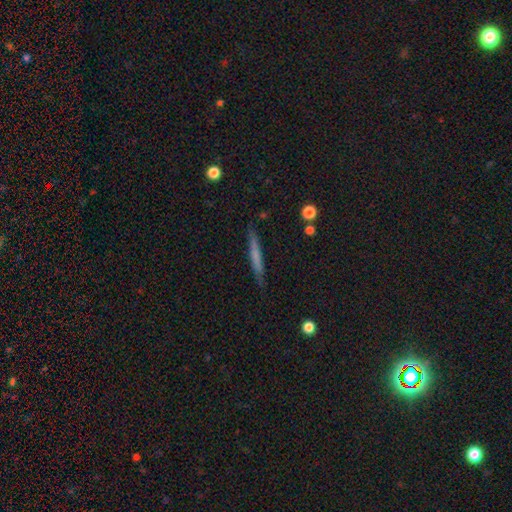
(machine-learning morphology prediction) Smooth or featured? Predicted: smooth (p=0.56). How rounded? Predicted: cigar-shaped (p=0.95). Merging? Predicted: none (p=0.86).